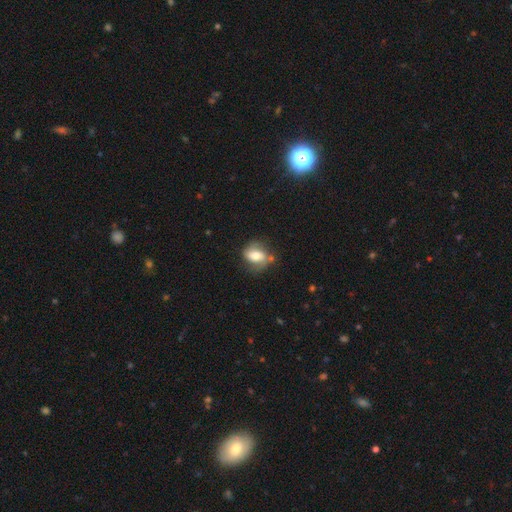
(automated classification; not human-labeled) Morphology: type=smooth (48%); merging=none (61%).